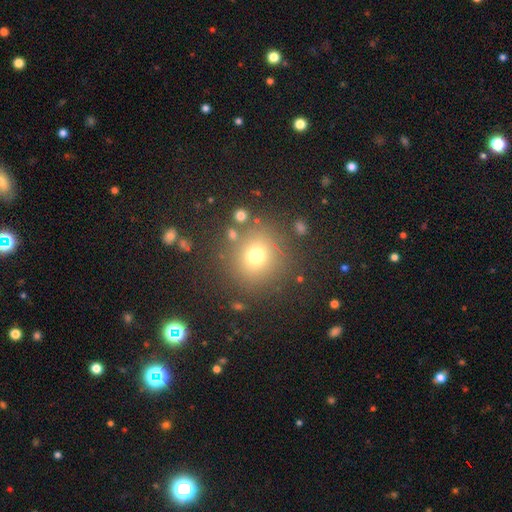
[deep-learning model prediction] Smooth or featured? Predicted: smooth (p=0.70). How rounded? Predicted: round (p=0.86). Merging? Predicted: none (p=0.81).